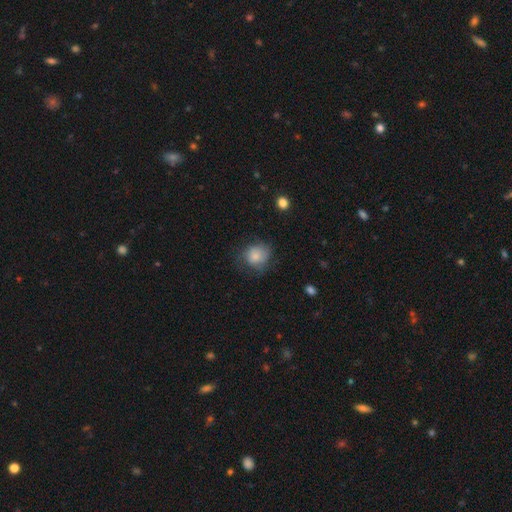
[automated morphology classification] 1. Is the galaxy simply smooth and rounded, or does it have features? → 78% smooth, 13% featured or disk, 9% star or artifact.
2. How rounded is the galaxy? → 70% round, 29% in between, 1% cigar-shaped.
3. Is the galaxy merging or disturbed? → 57% none, 28% minor disturbance, 14% major disturbance, 1% merger.